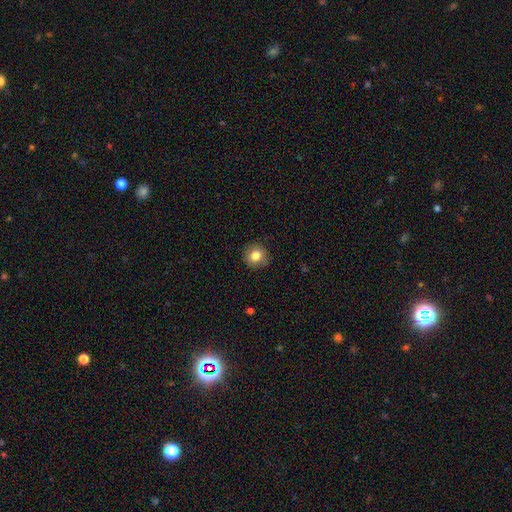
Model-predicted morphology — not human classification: smooth 82%, star or artifact 10%, featured or disk 8%. Down the decision tree: how rounded — round (91%); merging — none (89%).